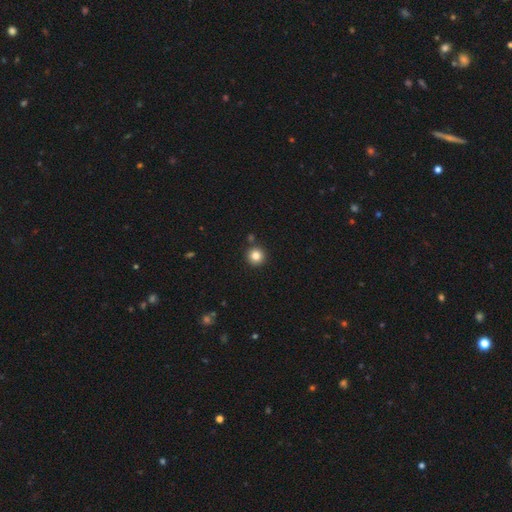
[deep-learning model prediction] Q: Smooth or featured?
A: smooth (83%); runner-up: star or artifact (11%)
Q: How rounded?
A: round (96%); runner-up: in between (3%)
Q: Merging?
A: none (88%); runner-up: minor disturbance (6%)